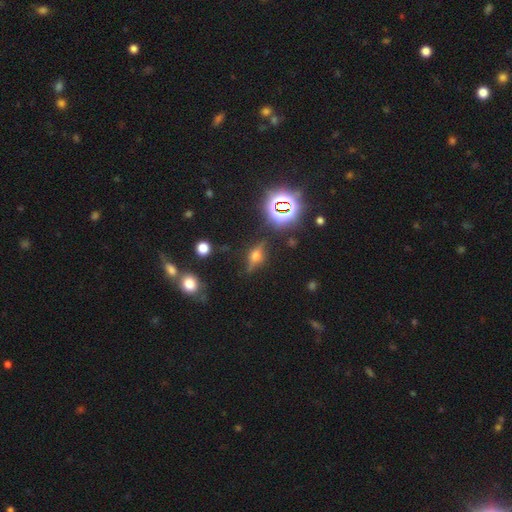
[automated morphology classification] Smooth or featured?
  - featured or disk: 54% *
  - smooth: 25%
  - star or artifact: 22%
Edge-on disk?
  - yes: 86% *
  - no: 14%
Merging?
  - none: 77% *
  - minor disturbance: 15%
  - major disturbance: 6%
  - merger: 3%